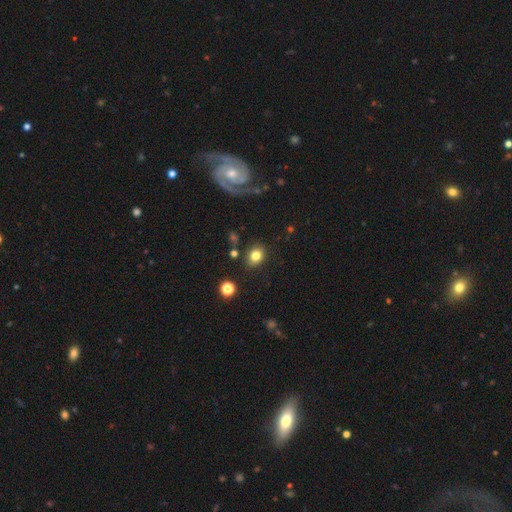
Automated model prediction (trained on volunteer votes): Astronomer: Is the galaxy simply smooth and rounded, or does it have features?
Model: smooth — 80%.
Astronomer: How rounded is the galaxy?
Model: round — 55% (runner-up: in between, 44%).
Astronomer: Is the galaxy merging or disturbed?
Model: none — 84%.